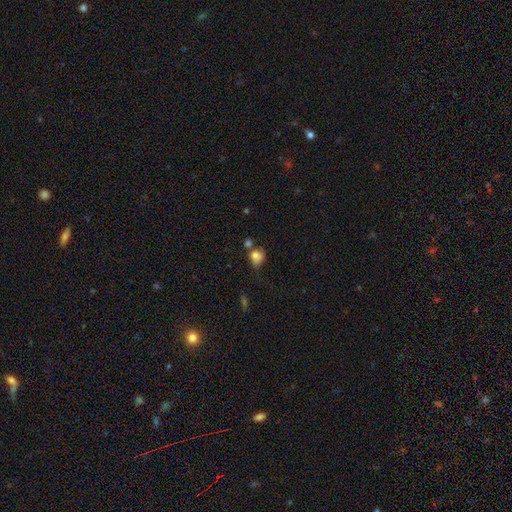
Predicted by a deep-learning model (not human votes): Overall: smooth (75%). How rounded: round (57%; in between 42%). Merging: none (39%; minor disturbance 25%).